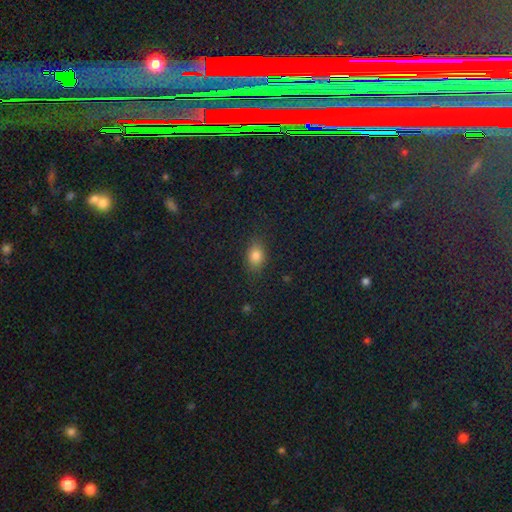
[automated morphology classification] smooth-or-featured: smooth: 80% | star or artifact: 13% | featured or disk: 7%
  how-rounded: in between: 71% | round: 26% | cigar-shaped: 2%
  merging: none: 83% | minor disturbance: 13% | major disturbance: 4% | merger: 1%